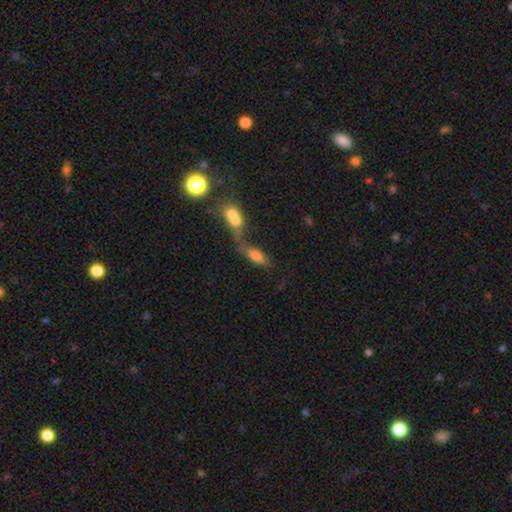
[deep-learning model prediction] Smooth or featured?
  - smooth: 71% *
  - featured or disk: 18%
  - star or artifact: 11%
How rounded?
  - in between: 76% *
  - cigar-shaped: 17%
  - round: 7%
Merging?
  - merger: 58% *
  - none: 20%
  - major disturbance: 12%
  - minor disturbance: 10%